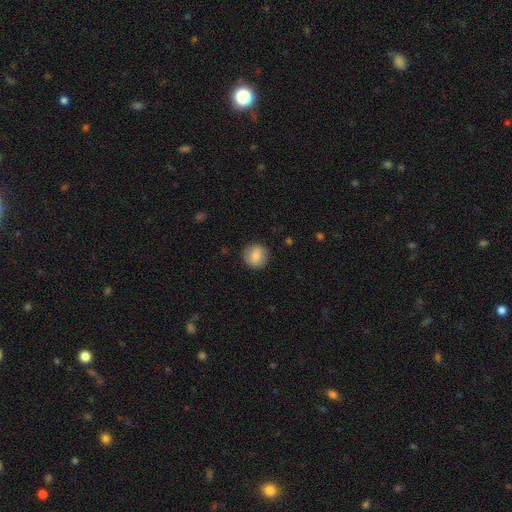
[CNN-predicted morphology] smooth 79%, featured or disk 13%, star or artifact 8%. Down the decision tree: how rounded — round (90%); merging — none (89%).